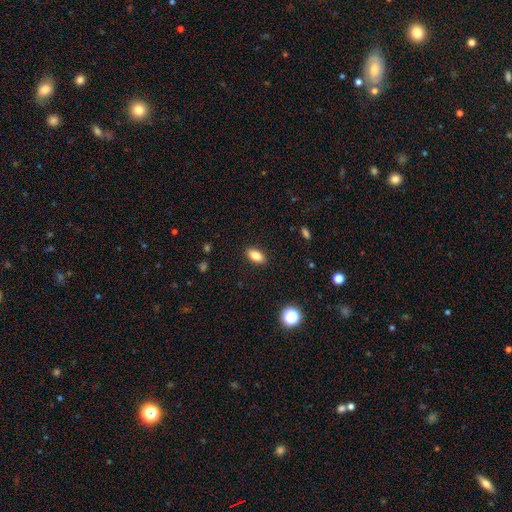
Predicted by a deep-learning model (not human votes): smooth-or-featured: smooth: 84% | star or artifact: 9% | featured or disk: 7%
  how-rounded: in between: 89% | cigar-shaped: 6% | round: 5%
  merging: none: 89% | minor disturbance: 8% | major disturbance: 2% | merger: 1%